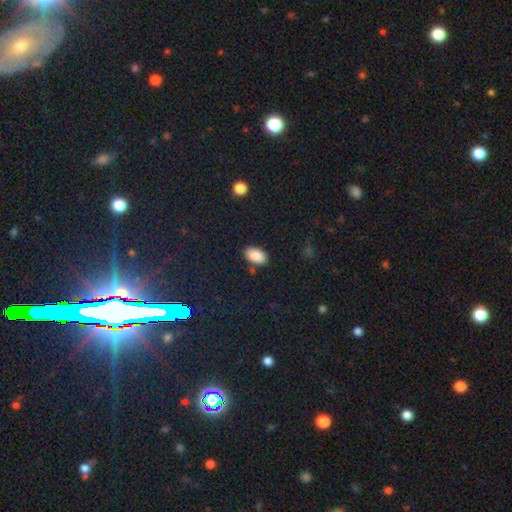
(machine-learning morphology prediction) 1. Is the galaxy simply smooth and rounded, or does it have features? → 87% smooth, 8% star or artifact, 5% featured or disk.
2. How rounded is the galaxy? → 93% in between, 5% round, 2% cigar-shaped.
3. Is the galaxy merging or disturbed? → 85% none, 10% minor disturbance, 3% merger, 2% major disturbance.